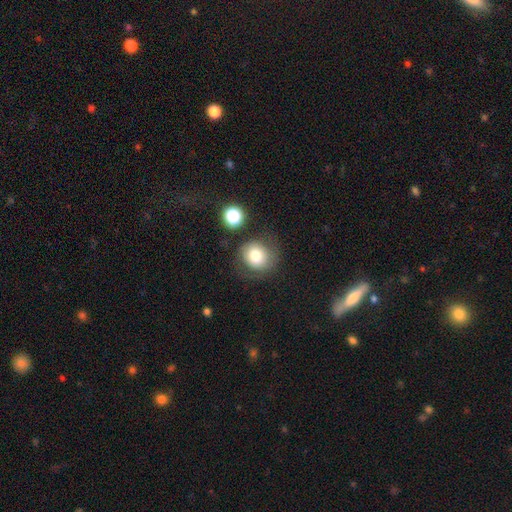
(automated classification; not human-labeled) Morphology: type=smooth (74%); roundness=round (84%); merging=none (68%).